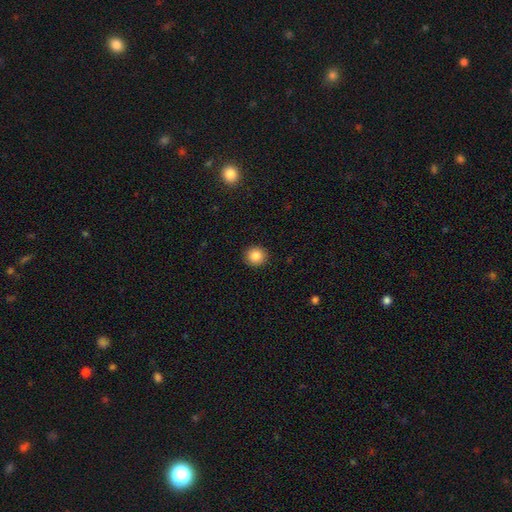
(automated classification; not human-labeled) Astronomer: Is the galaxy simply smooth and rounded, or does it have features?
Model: smooth — 85%.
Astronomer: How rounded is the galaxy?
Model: round — 90%.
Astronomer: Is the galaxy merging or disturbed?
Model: none — 92%.